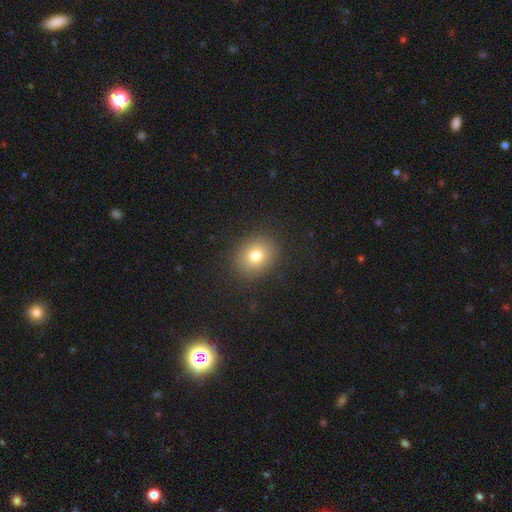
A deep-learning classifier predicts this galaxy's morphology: This appears to be a smooth galaxy with no disk features (77%) that is round (67%). Merging: none (88%).